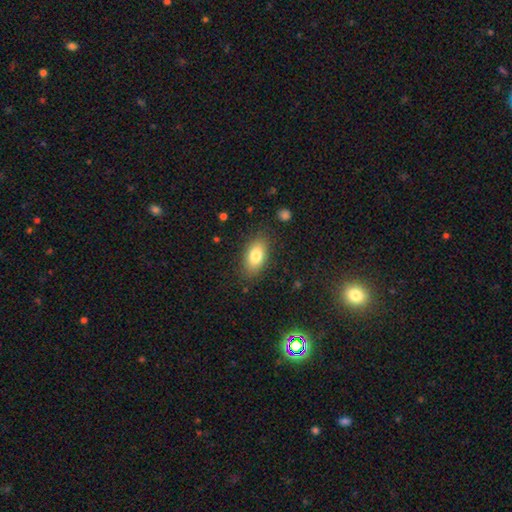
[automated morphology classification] This is likely a smooth galaxy (80%). How rounded: clearly in between (89%). Merging: clearly none (83%).